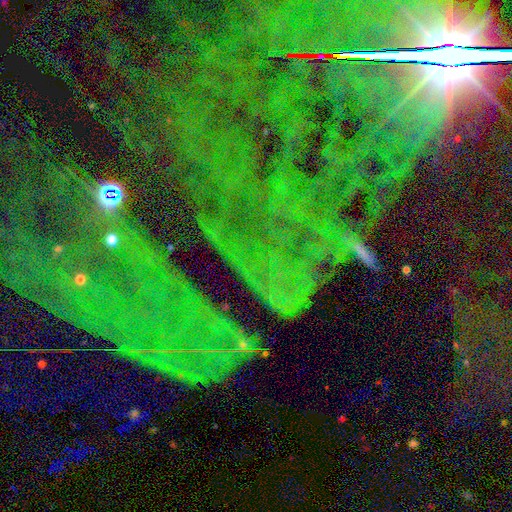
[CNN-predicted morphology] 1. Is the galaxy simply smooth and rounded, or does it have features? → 83% star or artifact, 10% featured or disk, 8% smooth.